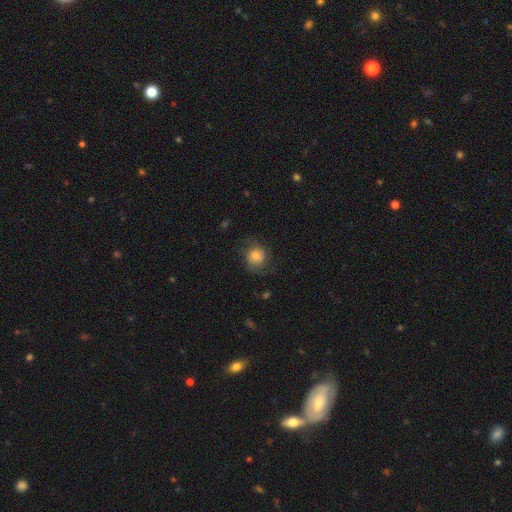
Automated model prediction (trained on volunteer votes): This appears to be a smooth galaxy with no disk features (66%) that is round (79%). Merging: none (64%).